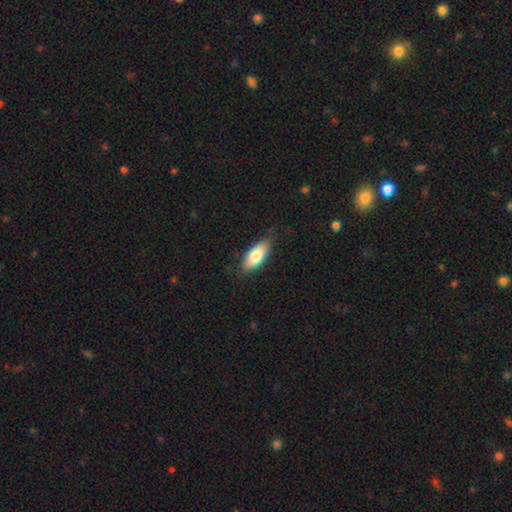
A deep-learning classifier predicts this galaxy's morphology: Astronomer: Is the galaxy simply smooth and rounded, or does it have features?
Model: smooth — 79%.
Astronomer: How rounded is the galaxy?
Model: in between — 84%.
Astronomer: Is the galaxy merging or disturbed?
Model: none — 82%.